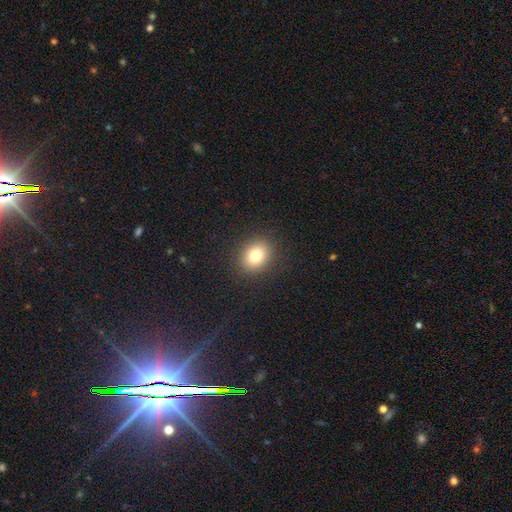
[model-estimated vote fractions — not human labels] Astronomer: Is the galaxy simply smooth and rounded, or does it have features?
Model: smooth — 80%.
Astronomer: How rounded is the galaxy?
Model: round — 57% (runner-up: in between, 42%).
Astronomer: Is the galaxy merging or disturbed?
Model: none — 89%.